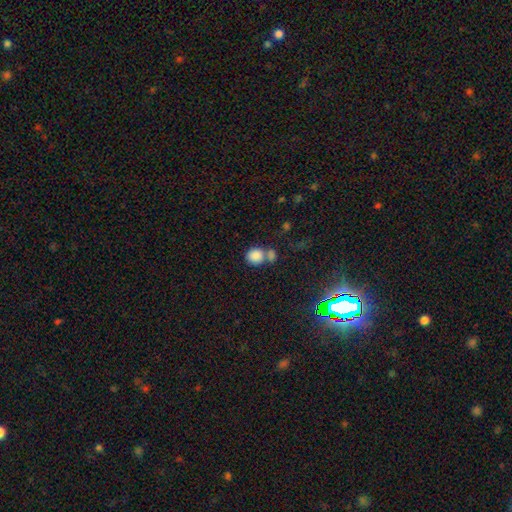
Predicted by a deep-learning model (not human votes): This is clearly a smooth galaxy (84%). How rounded: likely round (79%). Merging: possibly none (46%).